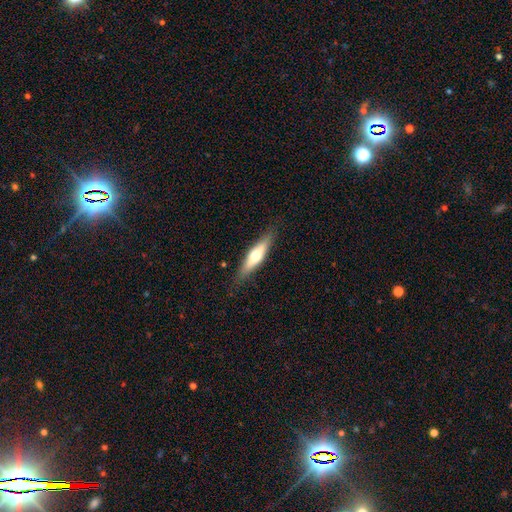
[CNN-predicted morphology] Smooth or featured: smooth — 48% (featured or disk — 46%)
Merging: none — 85% (minor disturbance — 11%)